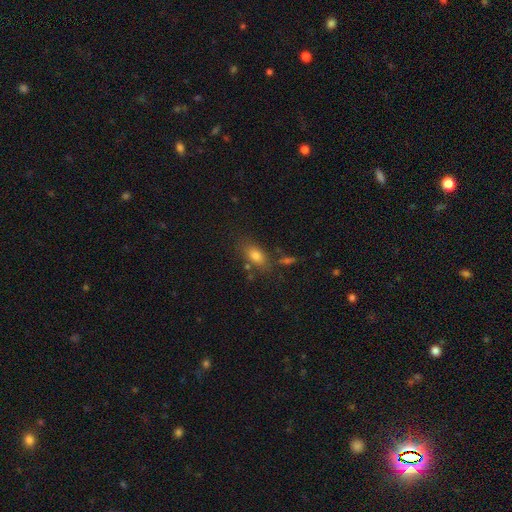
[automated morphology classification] The model was most divided on "merging": none: 72%, minor disturbance: 14%, merger: 9%, major disturbance: 5%. More confident: how rounded — in between (85%); smooth or featured — smooth (78%).